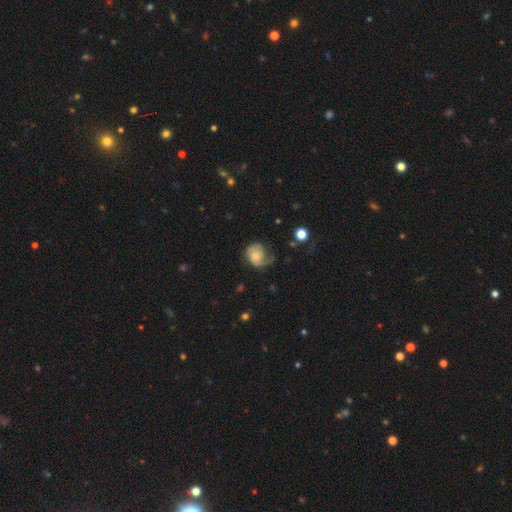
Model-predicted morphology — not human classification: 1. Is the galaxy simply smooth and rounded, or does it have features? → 49% featured or disk, 43% smooth, 8% star or artifact.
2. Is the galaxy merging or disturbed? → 41% none, 31% minor disturbance, 27% major disturbance, 2% merger.